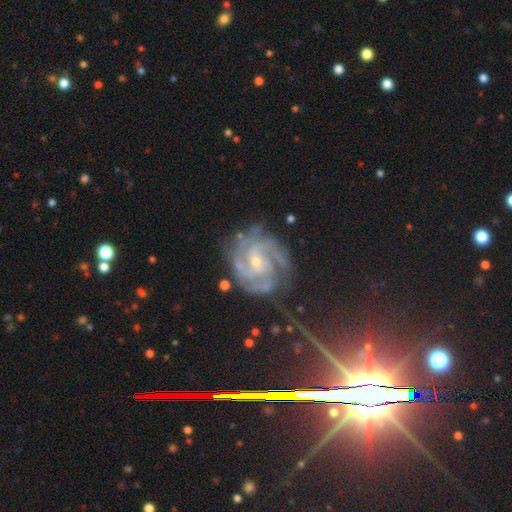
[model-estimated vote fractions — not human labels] Smooth or featured: featured or disk — 88% (star or artifact — 8%)
Edge-on disk: no — 98% (yes — 2%)
Bar: no — 59% (weak — 31%)
Spiral arms: yes — 98% (no — 2%)
Spiral winding: tight — 61% (medium — 34%)
Spiral arm count: 3 — 30% (4 — 20%)
Bulge size: small — 75% (moderate — 21%)
Merging: none — 72% (minor disturbance — 18%)